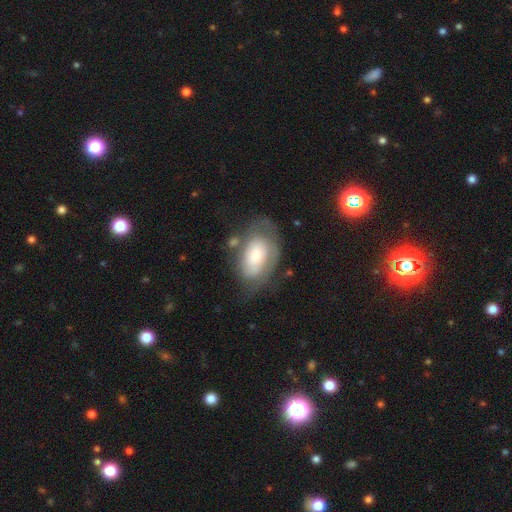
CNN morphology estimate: This is possibly a smooth galaxy (49%). Merging: possibly none (47%).